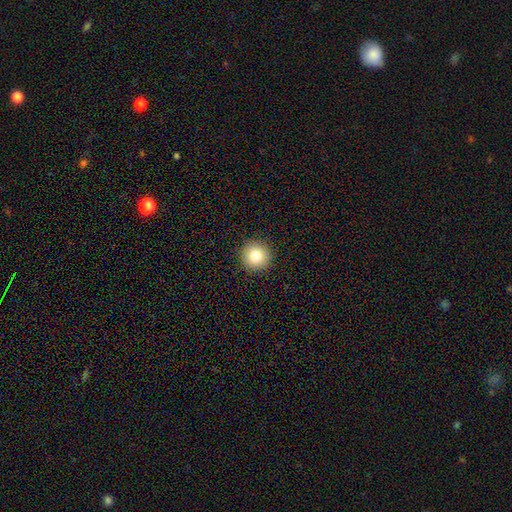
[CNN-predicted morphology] Smooth or featured: smooth — 81% (star or artifact — 10%)
How rounded: round — 95% (in between — 4%)
Merging: none — 92% (minor disturbance — 5%)